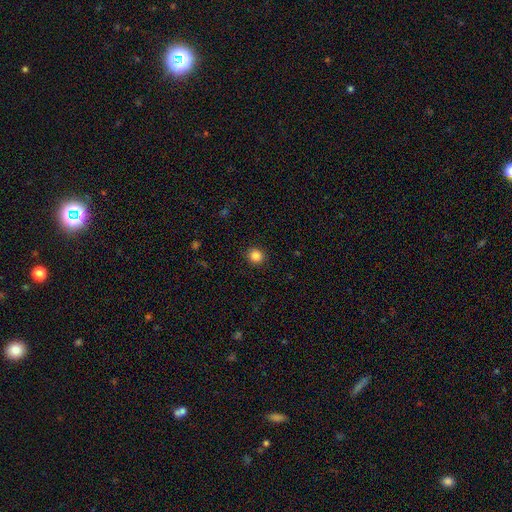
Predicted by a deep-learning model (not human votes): Overall: smooth (86%). How rounded: round (88%). Merging: none (91%).